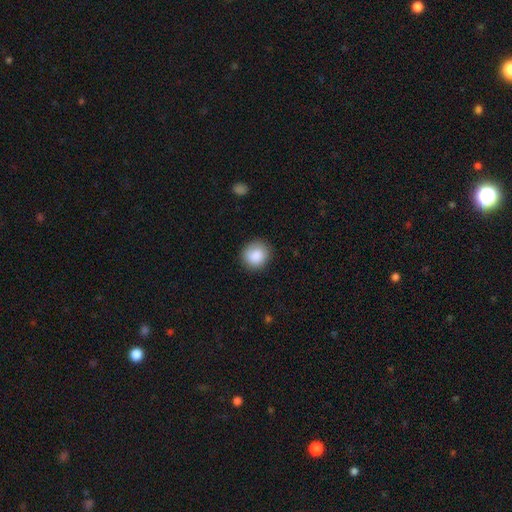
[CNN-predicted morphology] Q: Smooth or featured?
A: smooth (86%); runner-up: star or artifact (7%)
Q: How rounded?
A: round (86%); runner-up: in between (13%)
Q: Merging?
A: none (83%); runner-up: minor disturbance (12%)